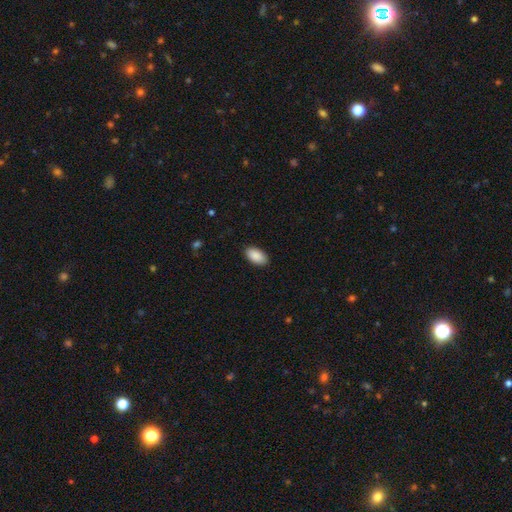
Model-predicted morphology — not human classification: type=smooth (91%); roundness=in between (95%); merging=none (89%).